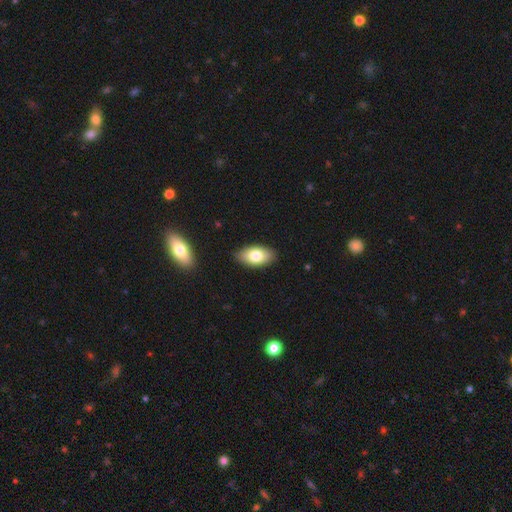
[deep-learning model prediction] Smooth or featured: smooth — 78% (featured or disk — 15%)
How rounded: in between — 93% (round — 4%)
Merging: none — 86% (minor disturbance — 10%)